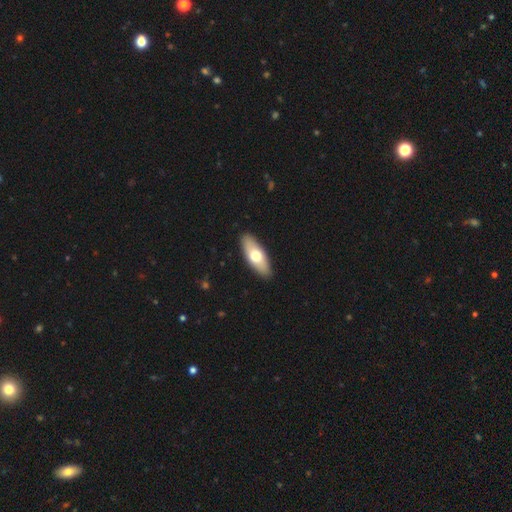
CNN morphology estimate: Overall: smooth (64%; featured or disk 31%). How rounded: in between (73%). Merging: none (90%).